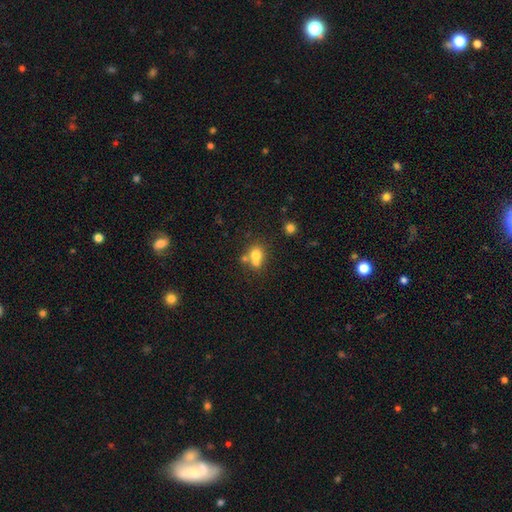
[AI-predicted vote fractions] Smooth or featured: smooth — 70% (featured or disk — 16%)
How rounded: round — 68% (in between — 31%)
Merging: merger — 50% (none — 36%)